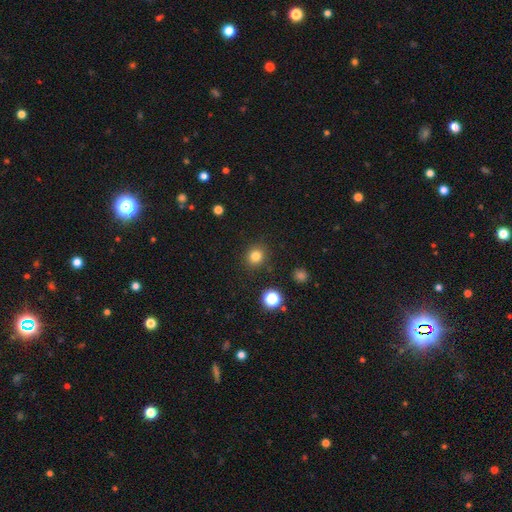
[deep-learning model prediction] Morphology: type=smooth (81%); roundness=round (84%); merging=none (88%).